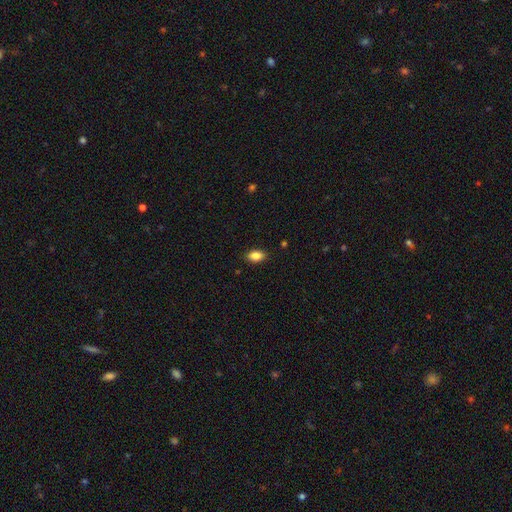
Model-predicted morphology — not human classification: A smooth galaxy with no disk features (85%) that is in between round and cigar-shaped (89%).

Vote fractions:
- Smooth or featured? smooth: 85% / star or artifact: 8% / featured or disk: 7%
- How rounded? in between: 89% / round: 7% / cigar-shaped: 4%
- Merging? none: 88% / minor disturbance: 9% / major disturbance: 2% / merger: 1%